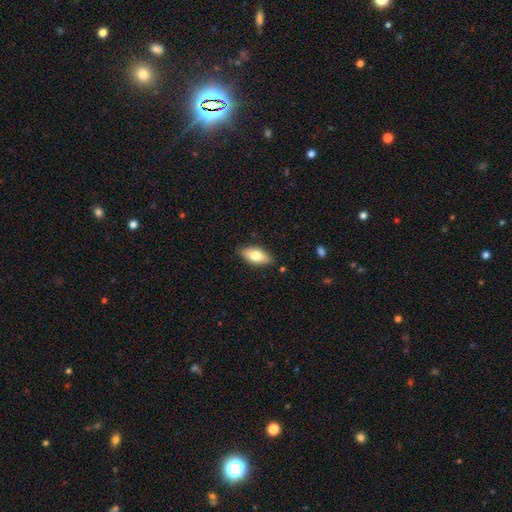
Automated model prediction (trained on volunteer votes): Q: Smooth or featured?
A: smooth (73%); runner-up: featured or disk (20%)
Q: How rounded?
A: in between (86%); runner-up: cigar-shaped (11%)
Q: Merging?
A: none (83%); runner-up: minor disturbance (13%)